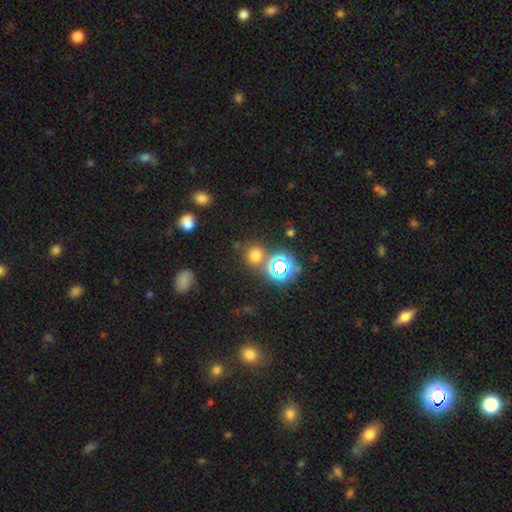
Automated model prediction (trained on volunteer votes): smooth_or_featured: smooth (p=0.64) [alt: star or artifact p=0.30]
how_rounded: round (p=0.87) [alt: in between p=0.12]
merging: none (p=0.73) [alt: merger p=0.14]